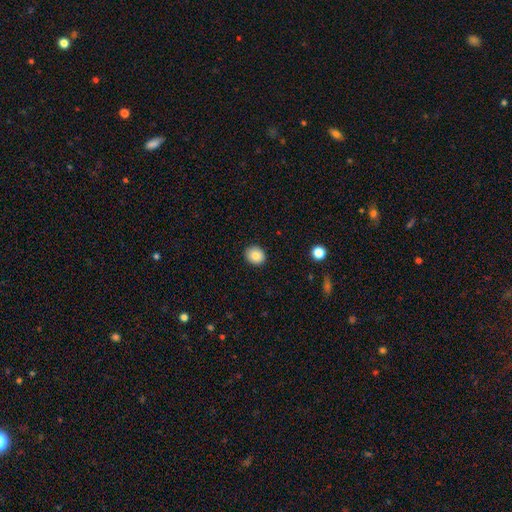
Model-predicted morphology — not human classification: Smooth or featured? Predicted: smooth (p=0.85). How rounded? Predicted: round (p=0.79). Merging? Predicted: none (p=0.91).